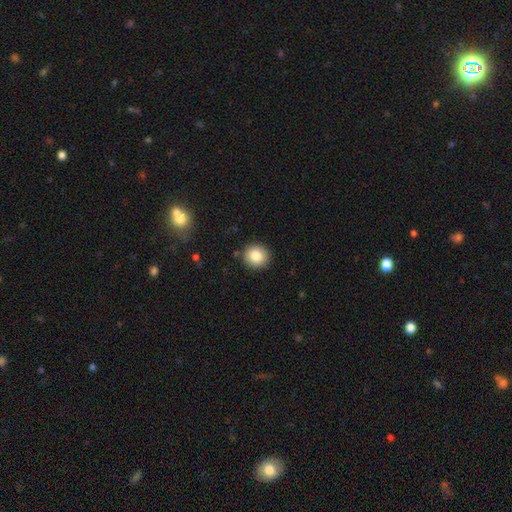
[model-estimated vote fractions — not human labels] Smooth or featured? Predicted: smooth (p=0.84). How rounded? Predicted: round (p=0.88). Merging? Predicted: none (p=0.90).